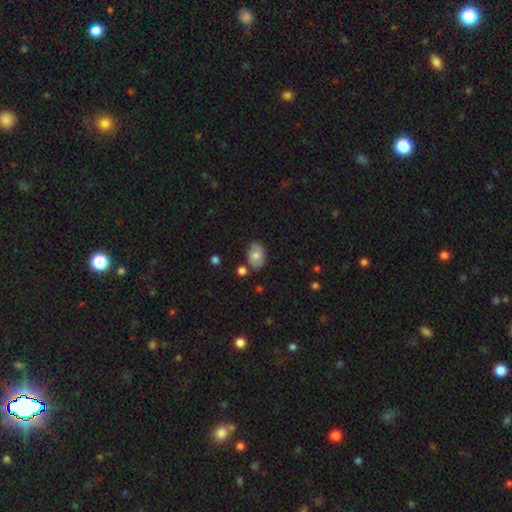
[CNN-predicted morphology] Q: Smooth or featured?
A: smooth (64%); runner-up: featured or disk (28%)
Q: How rounded?
A: in between (81%); runner-up: round (18%)
Q: Merging?
A: none (71%); runner-up: minor disturbance (19%)